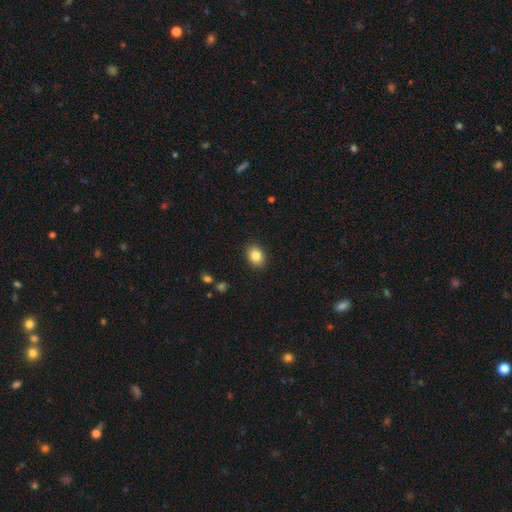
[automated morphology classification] A smooth galaxy with no disk features (84%) that is in between round and cigar-shaped (66%).

Vote fractions:
- Smooth or featured? smooth: 84% / star or artifact: 9% / featured or disk: 7%
- How rounded? in between: 66% / round: 33% / cigar-shaped: 1%
- Merging? none: 89% / minor disturbance: 8% / major disturbance: 2% / merger: 1%